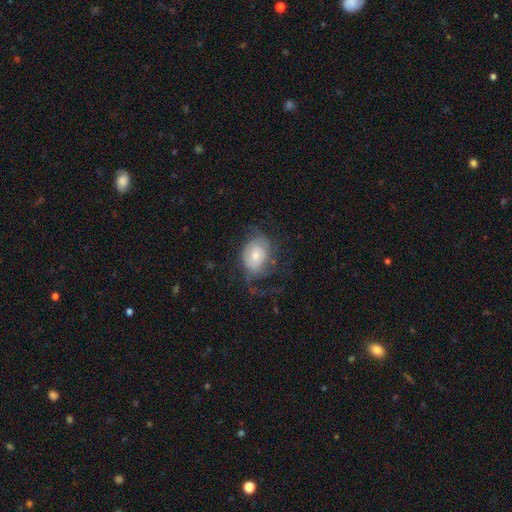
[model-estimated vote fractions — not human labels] Smooth or featured?
  - featured or disk: 54% *
  - smooth: 39%
  - star or artifact: 8%
Edge-on disk?
  - no: 97% *
  - yes: 3%
Bar?
  - no: 66% *
  - weak: 29%
  - strong: 5%
Spiral arms?
  - yes: 75% *
  - no: 25%
Bulge size?
  - moderate: 48% *
  - small: 36%
  - large: 11%
  - none: 3%
  - dominant: 2%
Merging?
  - none: 43% *
  - major disturbance: 31%
  - minor disturbance: 24%
  - merger: 2%